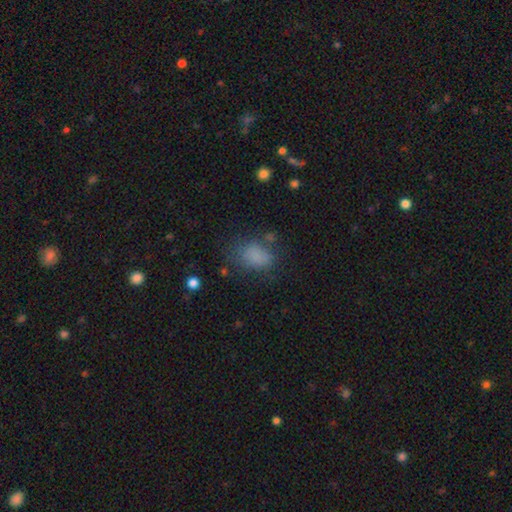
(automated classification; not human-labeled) Smooth or featured?
  - smooth: 79% *
  - star or artifact: 13%
  - featured or disk: 8%
How rounded?
  - in between: 74% *
  - round: 25%
  - cigar-shaped: 1%
Merging?
  - none: 63% *
  - minor disturbance: 22%
  - major disturbance: 12%
  - merger: 4%